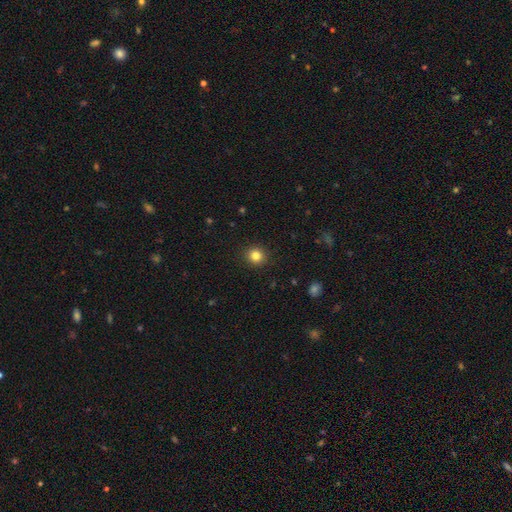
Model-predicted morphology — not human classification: This is clearly a smooth galaxy (83%). How rounded: clearly round (91%). Merging: clearly none (92%).